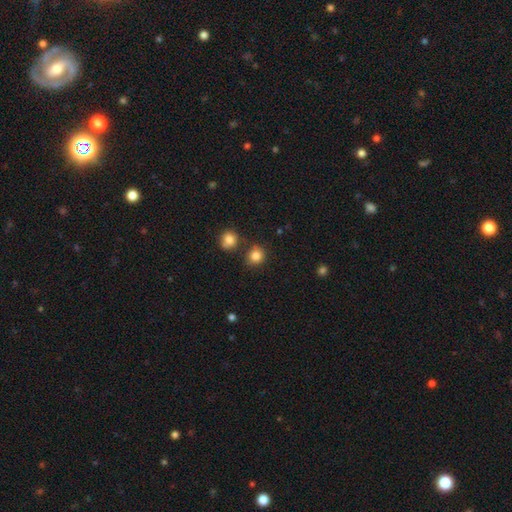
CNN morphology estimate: Smooth or featured: smooth — 84% (star or artifact — 12%)
How rounded: round — 83% (in between — 16%)
Merging: none — 78% (minor disturbance — 10%)